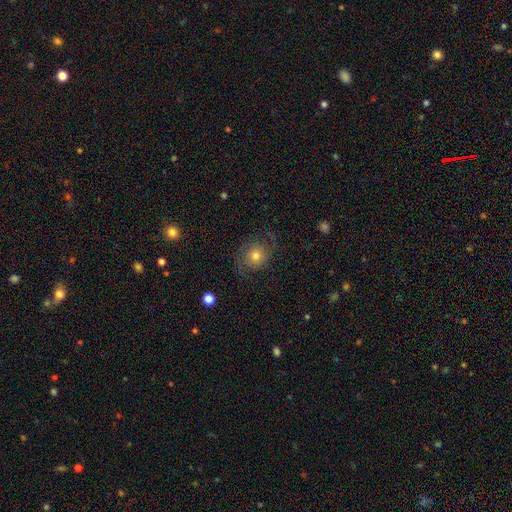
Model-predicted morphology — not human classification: type=smooth (49%); merging=none (71%).